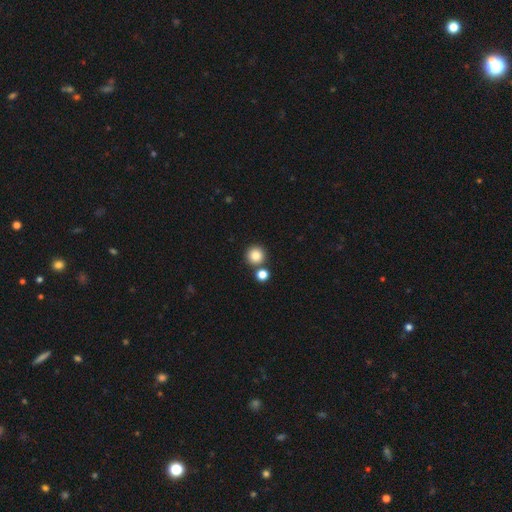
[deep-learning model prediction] smooth 83%, star or artifact 11%, featured or disk 6%. Down the decision tree: how rounded — round (94%); merging — none (78%).